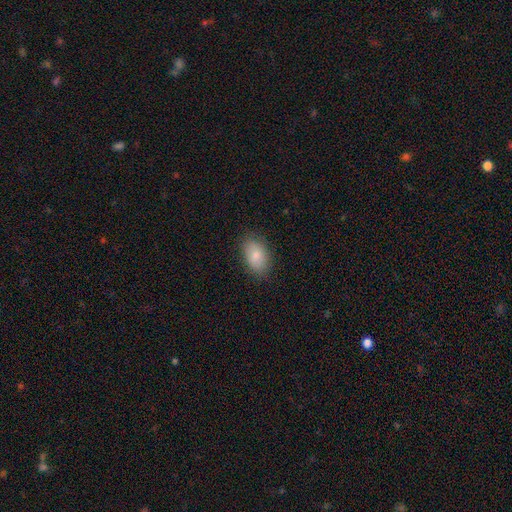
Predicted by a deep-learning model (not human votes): This is clearly a smooth galaxy (84%). How rounded: clearly in between (90%). Merging: clearly none (83%).